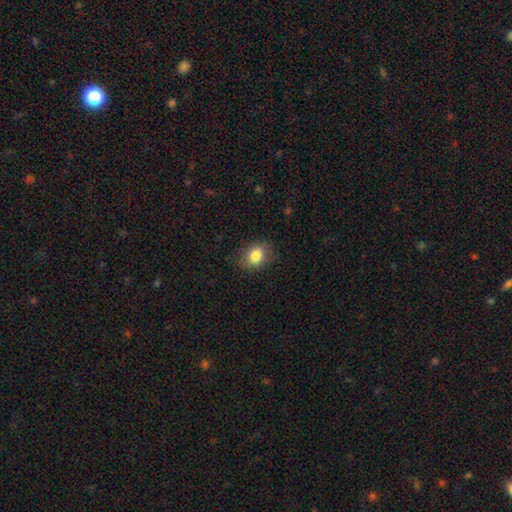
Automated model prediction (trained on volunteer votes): A smooth galaxy with no disk features (83%) that is in between round and cigar-shaped (53%).

Vote fractions:
- Smooth or featured? smooth: 83% / star or artifact: 9% / featured or disk: 8%
- How rounded? in between: 53% / round: 46% / cigar-shaped: 1%
- Merging? none: 80% / minor disturbance: 15% / major disturbance: 4% / merger: 1%